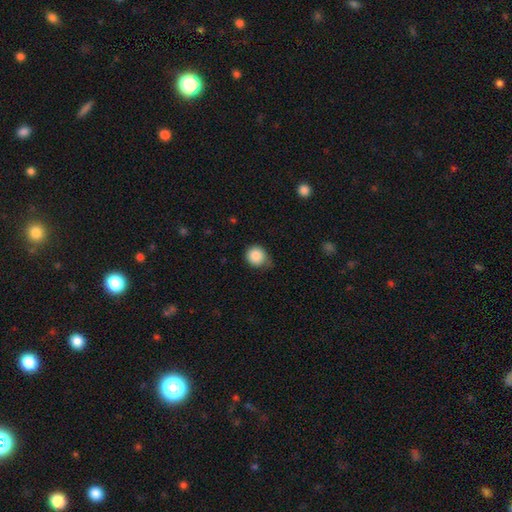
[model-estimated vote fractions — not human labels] Smooth or featured? Predicted: smooth (p=0.86). How rounded? Predicted: round (p=0.89). Merging? Predicted: none (p=0.59).